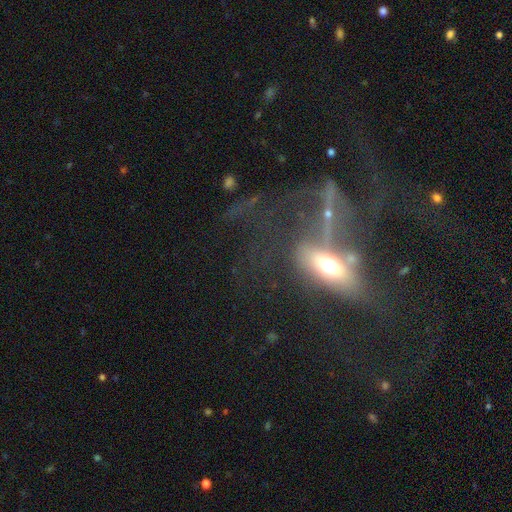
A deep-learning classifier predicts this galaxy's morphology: smooth-or-featured: featured or disk: 65% | smooth: 20% | star or artifact: 16%
  disk-edge-on: no: 72% | yes: 28%
  merging: major disturbance: 42% | none: 25% | merger: 21% | minor disturbance: 12%